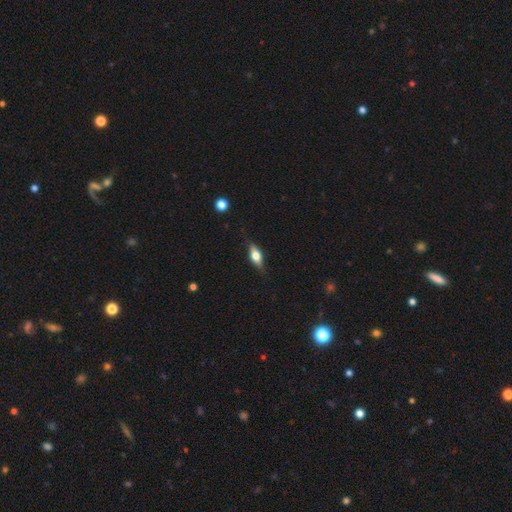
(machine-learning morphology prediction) Smooth or featured? smooth (47%)
Merging? none (81%)